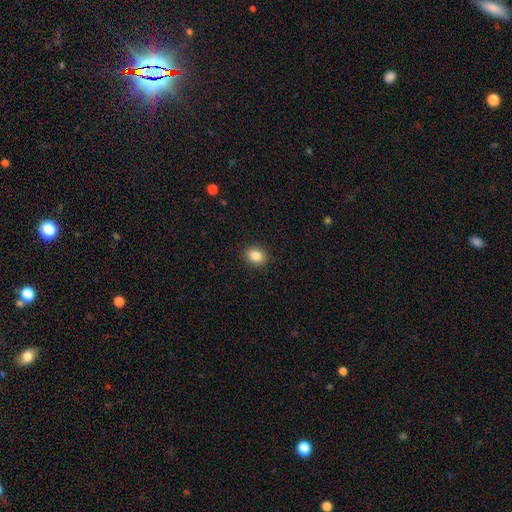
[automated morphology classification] Smooth or featured?
  - smooth: 85% *
  - star or artifact: 10%
  - featured or disk: 5%
How rounded?
  - in between: 50% *
  - round: 49%
  - cigar-shaped: 1%
Merging?
  - none: 90% *
  - minor disturbance: 7%
  - major disturbance: 2%
  - merger: 1%